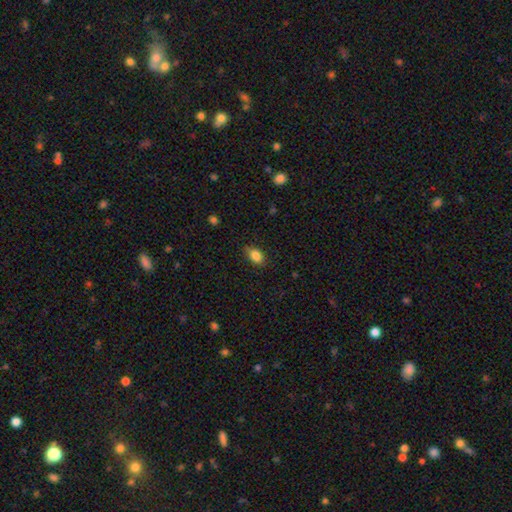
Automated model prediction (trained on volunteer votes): The model was most divided on "merging": none: 83%, minor disturbance: 13%, major disturbance: 3%, merger: 1%. More confident: how rounded — in between (86%); smooth or featured — smooth (86%).